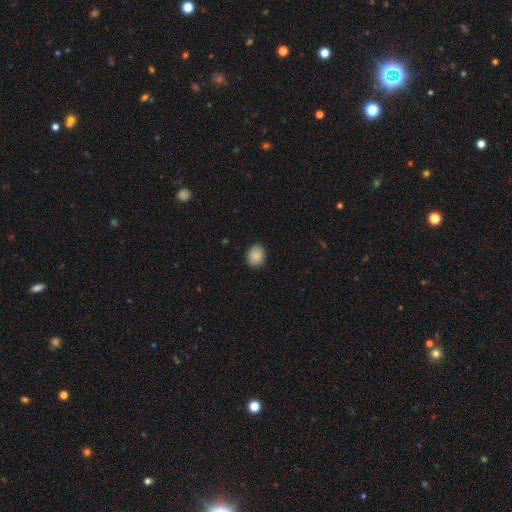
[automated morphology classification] Overall: smooth (89%). How rounded: round (52%; in between 47%). Merging: none (88%).